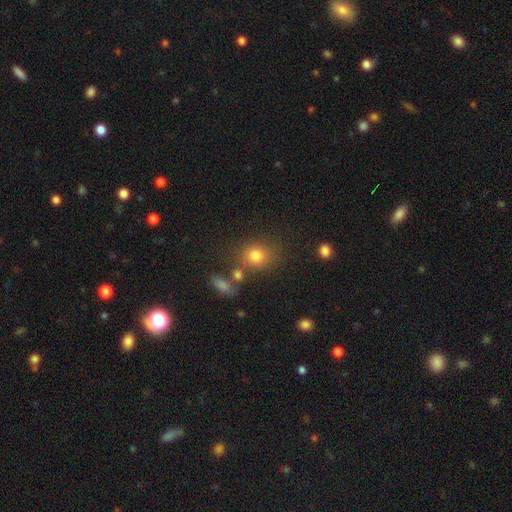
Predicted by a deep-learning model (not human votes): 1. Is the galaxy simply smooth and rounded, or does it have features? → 78% smooth, 13% star or artifact, 9% featured or disk.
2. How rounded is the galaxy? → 70% round, 29% in between, 1% cigar-shaped.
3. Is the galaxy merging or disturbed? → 69% none, 13% minor disturbance, 13% merger, 6% major disturbance.